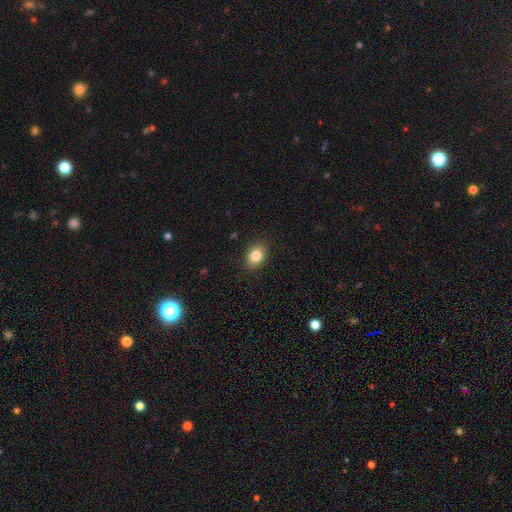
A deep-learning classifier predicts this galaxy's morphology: smooth-or-featured: smooth: 84% | star or artifact: 9% | featured or disk: 7%
  how-rounded: in between: 66% | round: 33% | cigar-shaped: 1%
  merging: none: 87% | minor disturbance: 9% | major disturbance: 2% | merger: 1%